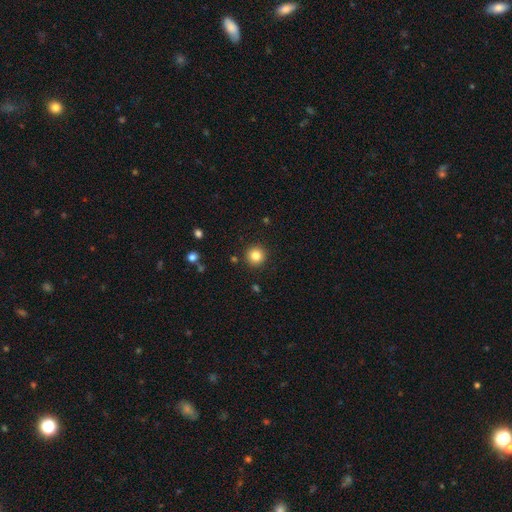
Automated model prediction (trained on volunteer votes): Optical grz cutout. It shows a smooth galaxy with no disk features (84%) that is round (95%). Merging: none (92%).